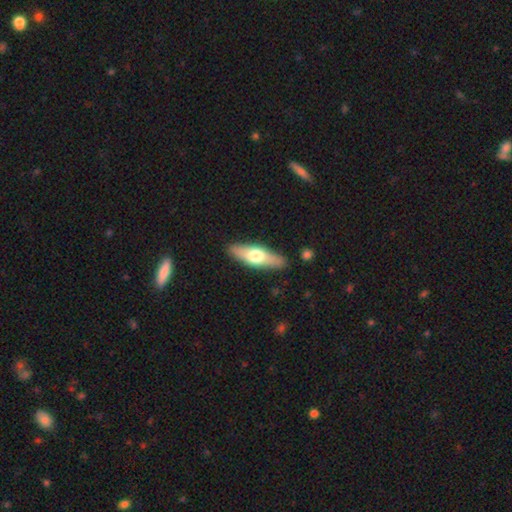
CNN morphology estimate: Smooth or featured?
  - smooth: 52% *
  - featured or disk: 42%
  - star or artifact: 5%
How rounded?
  - cigar-shaped: 53% *
  - in between: 45%
  - round: 3%
Merging?
  - none: 87% *
  - minor disturbance: 9%
  - major disturbance: 2%
  - merger: 2%